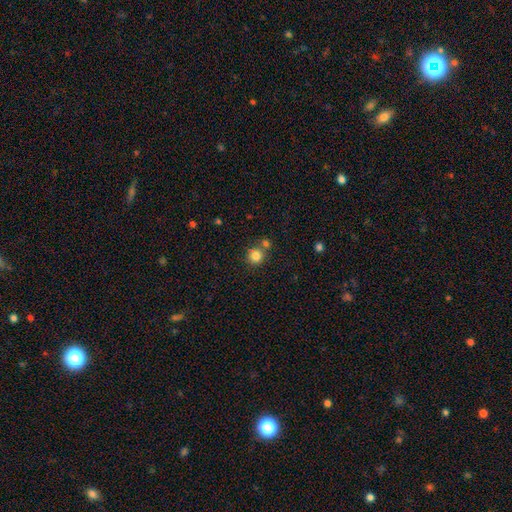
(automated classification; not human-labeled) smooth 82%, star or artifact 12%, featured or disk 6%. Down the decision tree: how rounded — round (91%); merging — none (67%).